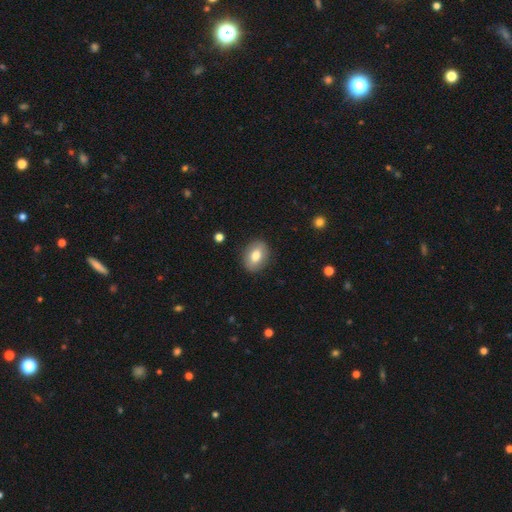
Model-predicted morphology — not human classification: type=smooth (77%); roundness=in between (69%); merging=none (88%).